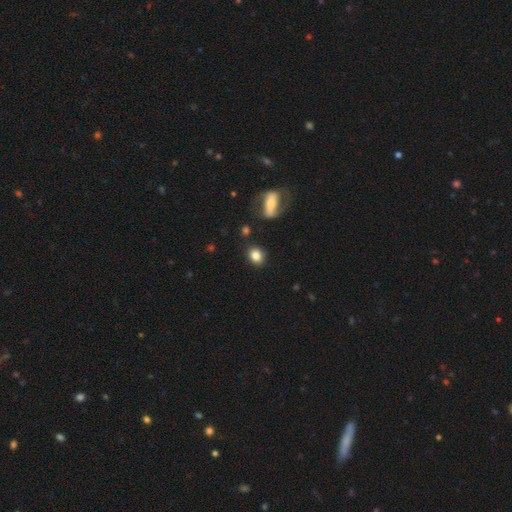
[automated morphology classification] The model was most divided on "how rounded": round: 53%, in between: 45%, cigar-shaped: 2%. More confident: merging — none (84%); smooth or featured — smooth (82%).